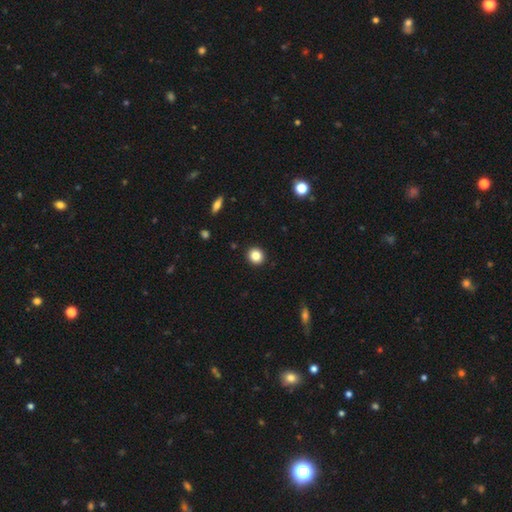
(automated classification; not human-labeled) smooth 85%, star or artifact 10%, featured or disk 5%. Down the decision tree: how rounded — round (89%); merging — none (92%).